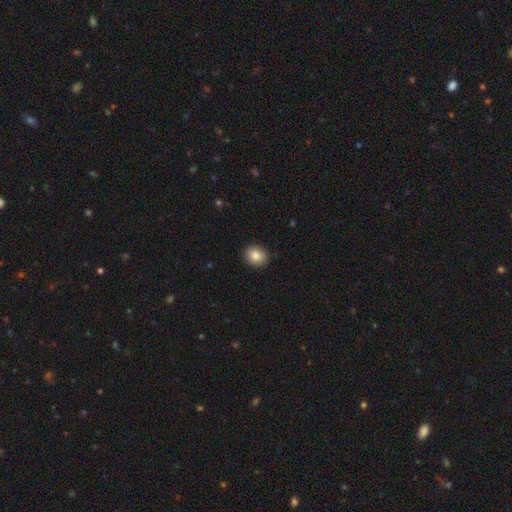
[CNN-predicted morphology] Smooth or featured?
  - smooth: 87% *
  - star or artifact: 8%
  - featured or disk: 5%
How rounded?
  - round: 69% *
  - in between: 30%
  - cigar-shaped: 1%
Merging?
  - none: 90% *
  - minor disturbance: 7%
  - major disturbance: 2%
  - merger: 1%